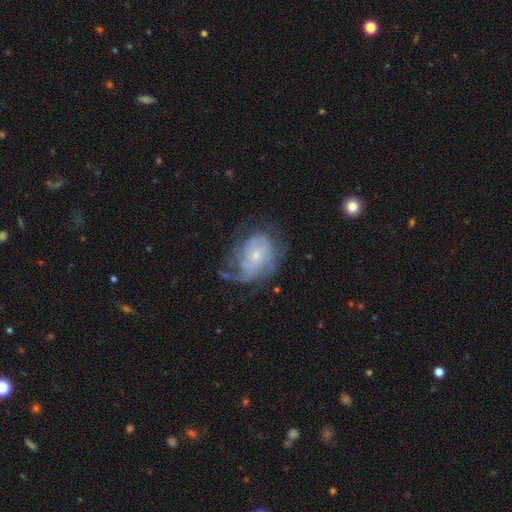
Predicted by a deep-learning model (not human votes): A featured or disk galaxy (75%) with no bar (75%), tight (52%) spiral arms (85%) and a small central bulge (75%).

Vote fractions:
- Smooth or featured? featured or disk: 75% / smooth: 17% / star or artifact: 8%
- Edge-on disk? no: 97% / yes: 3%
- Bar? no: 75% / weak: 22% / strong: 3%
- Spiral arms? yes: 85% / no: 15%
- Spiral winding? tight: 52% / medium: 33% / loose: 16%
- Spiral arm count? can't tell: 45% / 3: 16% / 2: 15% / 4: 11% / 1: 7% / more than 4: 6%
- Bulge size? small: 75% / moderate: 20% / none: 3% / large: 2% / dominant: 1%
- Merging? none: 49% / minor disturbance: 24% / major disturbance: 24% / merger: 2%